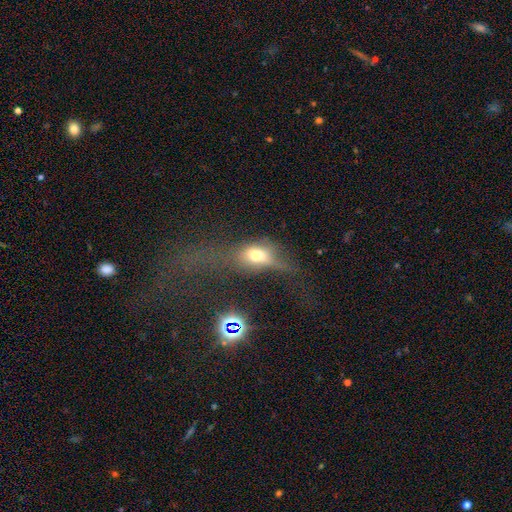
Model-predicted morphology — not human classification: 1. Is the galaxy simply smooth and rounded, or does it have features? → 54% smooth, 30% featured or disk, 16% star or artifact.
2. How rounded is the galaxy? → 65% in between, 25% round, 10% cigar-shaped.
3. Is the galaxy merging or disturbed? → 41% major disturbance, 32% none, 21% minor disturbance, 7% merger.